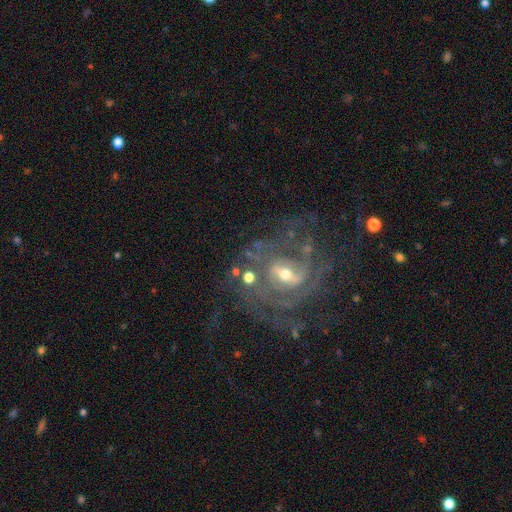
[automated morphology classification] Overall: featured or disk (76%). Edge-on disk: no (96%). Bar: weak (43%; no 39%). Spiral arms: yes (84%). Spiral arm count: can't tell (43%; 2 22%). Spiral winding: tight (52%; medium 35%). Bulge size: small (49%; moderate 44%). Merging: none (67%).